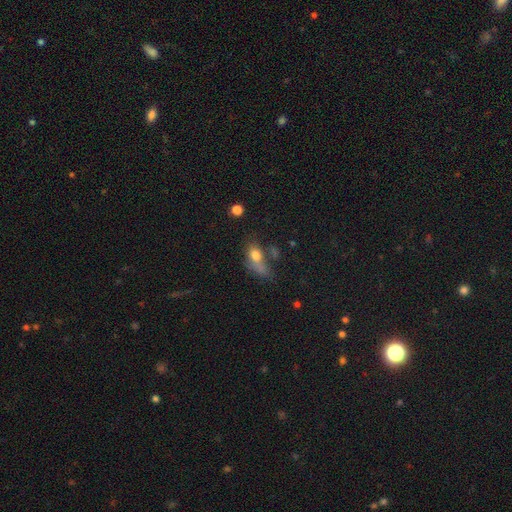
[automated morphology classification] smooth 72%, featured or disk 17%, star or artifact 12%. Down the decision tree: how rounded — in between (73%); merging — none (31%).